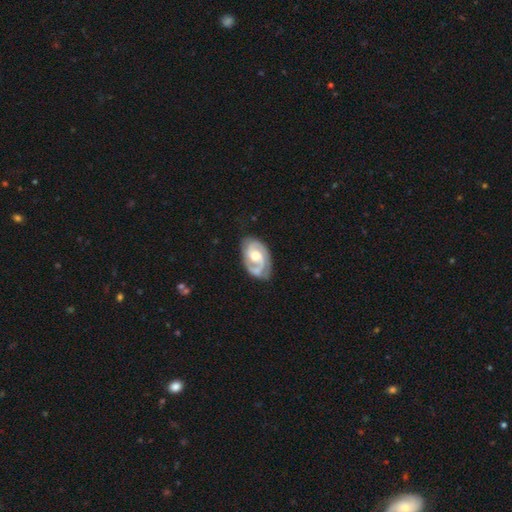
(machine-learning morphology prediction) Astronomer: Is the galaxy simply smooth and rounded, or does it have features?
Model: featured or disk — 87%.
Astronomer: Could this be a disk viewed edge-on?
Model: no — 97%.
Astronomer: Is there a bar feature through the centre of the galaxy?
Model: no — 56% (runner-up: weak, 35%).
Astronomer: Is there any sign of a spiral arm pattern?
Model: yes — 97%.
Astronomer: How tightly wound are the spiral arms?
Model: tight — 49% (runner-up: medium, 42%).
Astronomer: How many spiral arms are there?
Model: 2 — 81%.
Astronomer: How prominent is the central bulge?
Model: moderate — 68%.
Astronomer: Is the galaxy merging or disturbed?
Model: none — 74%.